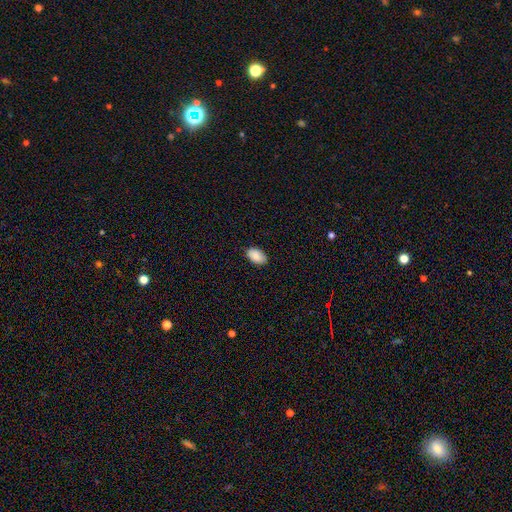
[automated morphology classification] type=smooth (89%); roundness=in between (94%); merging=none (86%).